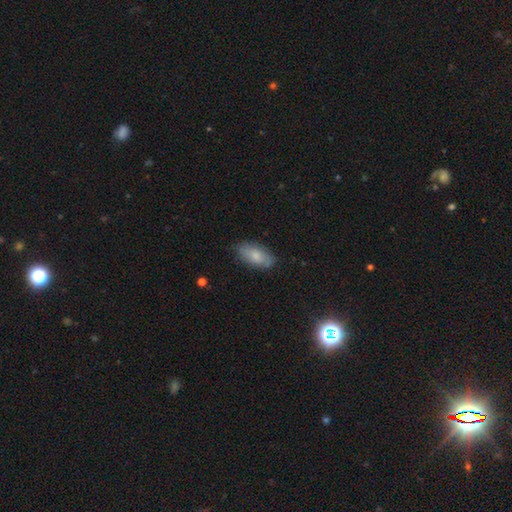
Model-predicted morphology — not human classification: Smooth or featured?
  - smooth: 76% *
  - featured or disk: 17%
  - star or artifact: 7%
How rounded?
  - in between: 90% *
  - cigar-shaped: 7%
  - round: 3%
Merging?
  - none: 79% *
  - minor disturbance: 17%
  - major disturbance: 3%
  - merger: 1%